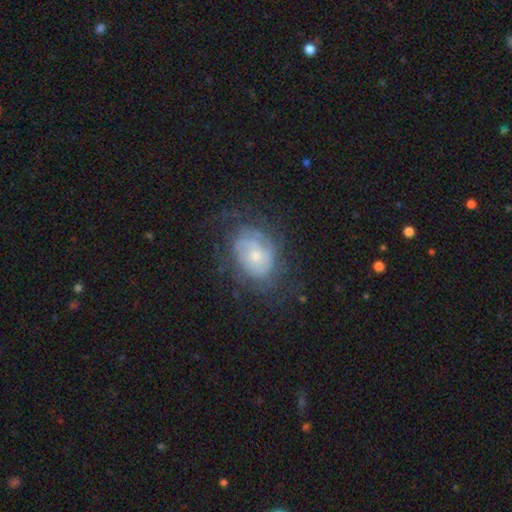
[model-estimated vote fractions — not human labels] This is likely a featured or disk galaxy (63%). It is clearly not viewed edge-on (96%). Bar: likely no (78%). Spiral arm pattern: likely yes (76%). Central bulge: possibly small (60%). Merging: likely none (63%).